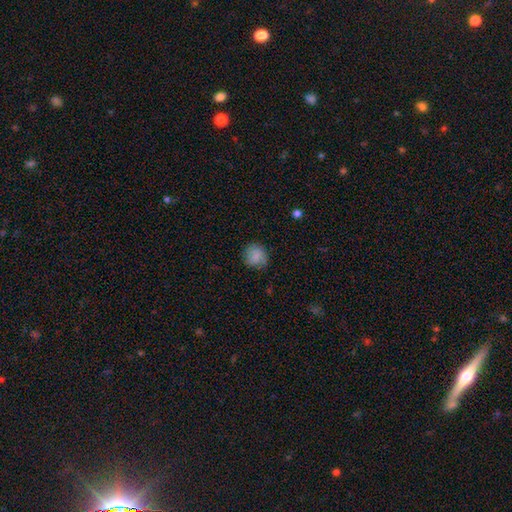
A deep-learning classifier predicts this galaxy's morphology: Q: Smooth or featured?
A: smooth (83%); runner-up: star or artifact (9%)
Q: How rounded?
A: round (84%); runner-up: in between (15%)
Q: Merging?
A: none (76%); runner-up: minor disturbance (19%)